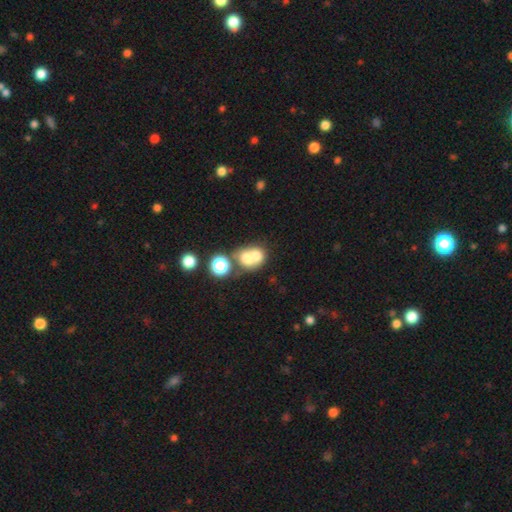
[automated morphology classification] A smooth galaxy with no disk features (66%) that is round (67%).

Vote fractions:
- Smooth or featured? smooth: 66% / featured or disk: 22% / star or artifact: 12%
- How rounded? round: 67% / in between: 32% / cigar-shaped: 1%
- Merging? merger: 66% / none: 25% / minor disturbance: 6% / major disturbance: 4%